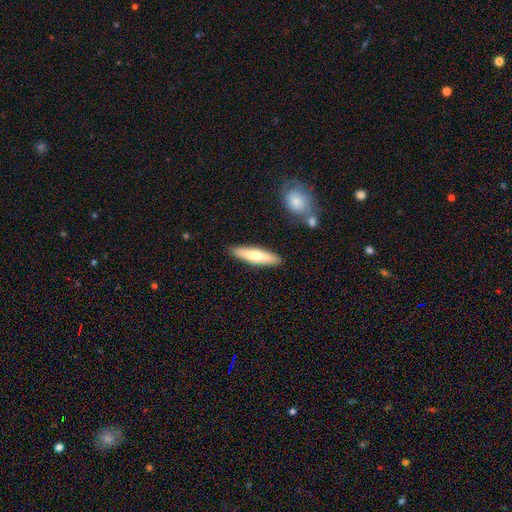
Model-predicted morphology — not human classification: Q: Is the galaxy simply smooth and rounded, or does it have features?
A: smooth — 60%.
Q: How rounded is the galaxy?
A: cigar-shaped — 77%.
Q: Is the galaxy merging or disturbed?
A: none — 88%.